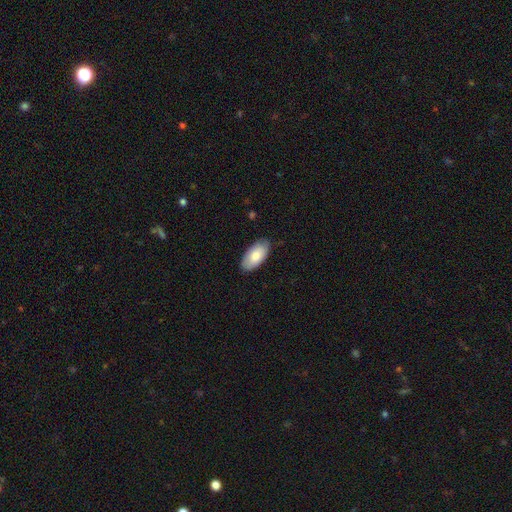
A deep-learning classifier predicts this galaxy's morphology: A smooth galaxy with no disk features (80%) that is in between round and cigar-shaped (95%).

Vote fractions:
- Smooth or featured? smooth: 80% / featured or disk: 14% / star or artifact: 5%
- How rounded? in between: 95% / cigar-shaped: 3% / round: 2%
- Merging? none: 83% / minor disturbance: 13% / major disturbance: 2% / merger: 1%